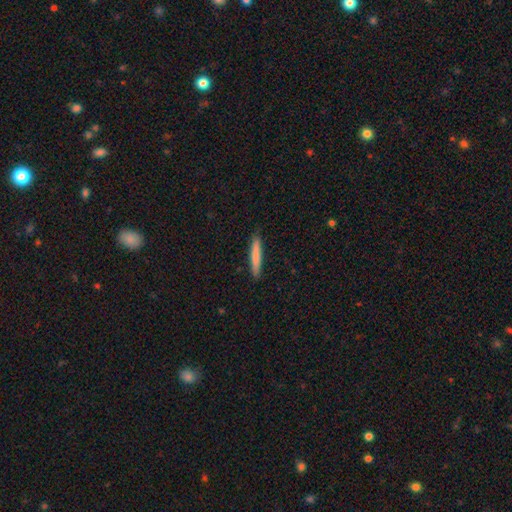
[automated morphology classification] Smooth or featured: smooth — 78% (featured or disk — 17%)
How rounded: cigar-shaped — 95% (in between — 4%)
Merging: none — 90% (minor disturbance — 7%)